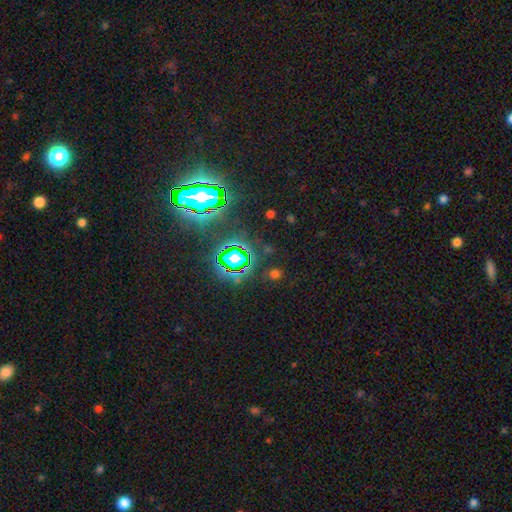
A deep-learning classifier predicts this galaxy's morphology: Smooth or featured?
  - star or artifact: 81% *
  - smooth: 12%
  - featured or disk: 7%